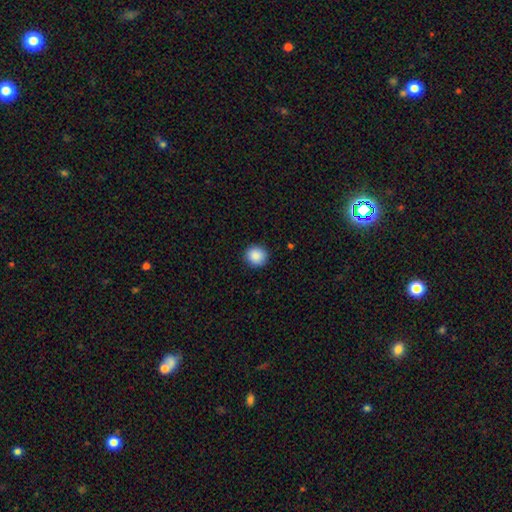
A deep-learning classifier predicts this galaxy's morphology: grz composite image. It shows a smooth galaxy with no disk features (89%) that is round (89%). Merging: none (91%).